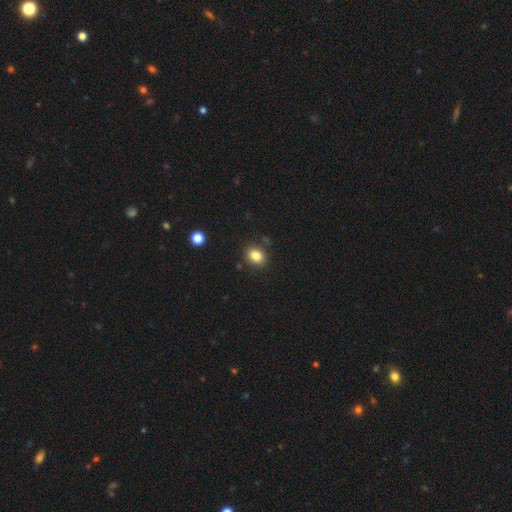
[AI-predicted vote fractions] Smooth or featured? smooth (84%)
How rounded? in between (53%)
Merging? none (84%)